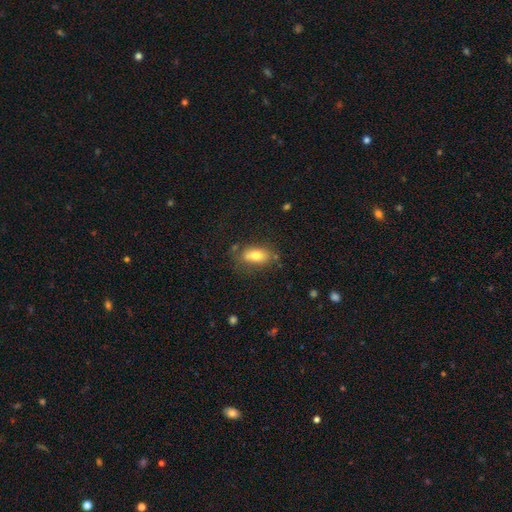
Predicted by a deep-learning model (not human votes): This appears to be a smooth galaxy with no disk features (76%) that is in between round and cigar-shaped (85%). Merging: none (70%).